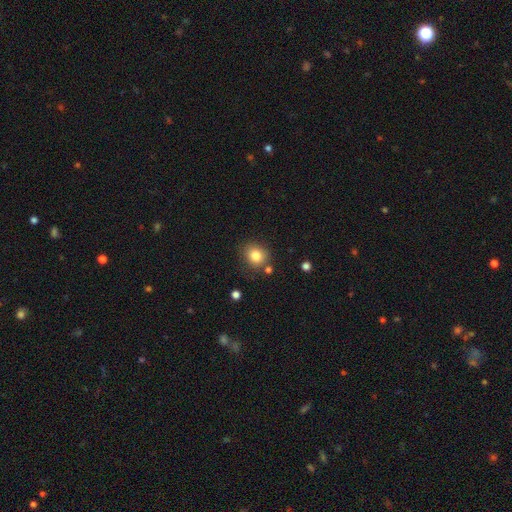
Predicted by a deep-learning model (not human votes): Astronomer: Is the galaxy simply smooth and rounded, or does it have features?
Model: smooth — 82%.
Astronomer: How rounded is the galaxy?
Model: round — 79%.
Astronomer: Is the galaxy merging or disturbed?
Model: none — 78%.